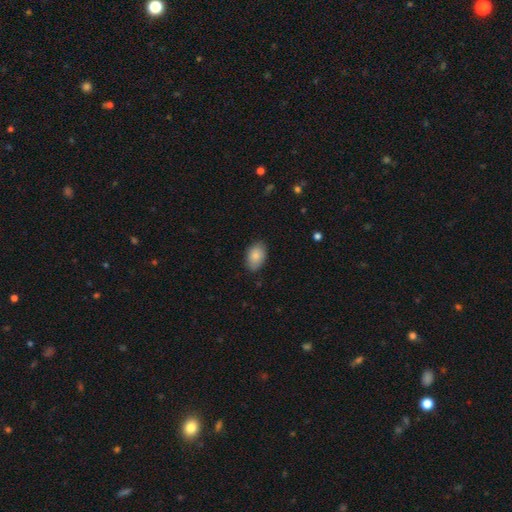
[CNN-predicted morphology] smooth 85%, featured or disk 8%, star or artifact 7%. Down the decision tree: how rounded — in between (88%); merging — none (81%).